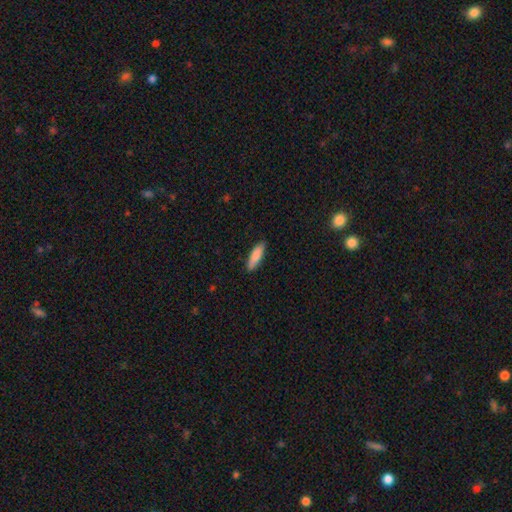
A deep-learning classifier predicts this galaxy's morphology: Q: Smooth or featured?
A: smooth (87%); runner-up: featured or disk (7%)
Q: How rounded?
A: cigar-shaped (56%); runner-up: in between (42%)
Q: Merging?
A: none (86%); runner-up: minor disturbance (11%)